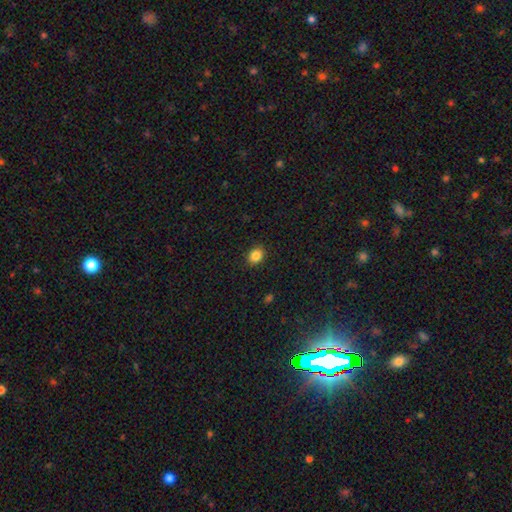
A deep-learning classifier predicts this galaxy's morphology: smooth 86%, star or artifact 10%, featured or disk 4%. Down the decision tree: how rounded — round (56%); merging — none (88%).